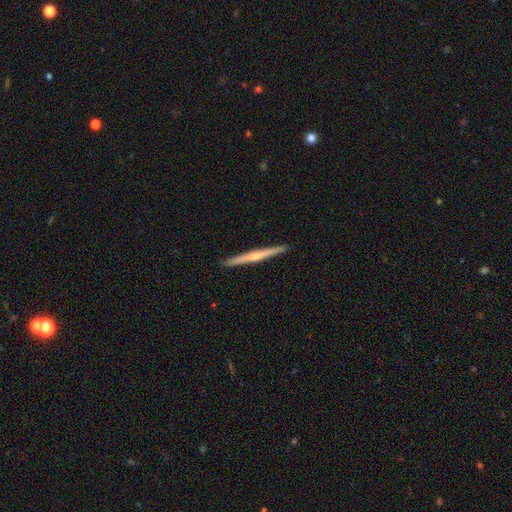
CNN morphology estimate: The model was most divided on "smooth or featured": featured or disk: 68%, smooth: 27%, star or artifact: 5%. More confident: edge-on disk — yes (98%); merging — none (93%); edge-on bulge — rounded (68%).